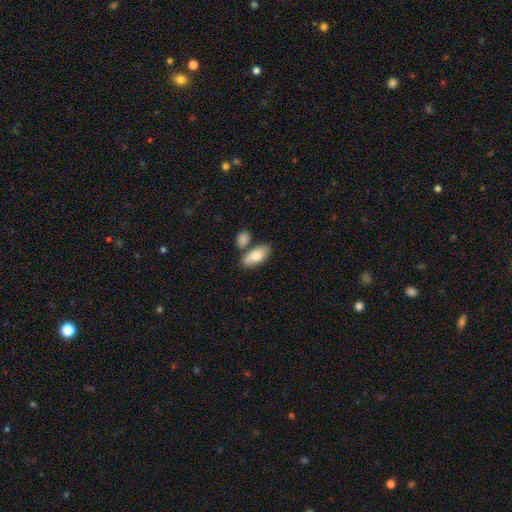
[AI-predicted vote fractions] Smooth or featured? smooth (80%)
How rounded? in between (90%)
Merging? none (60%)